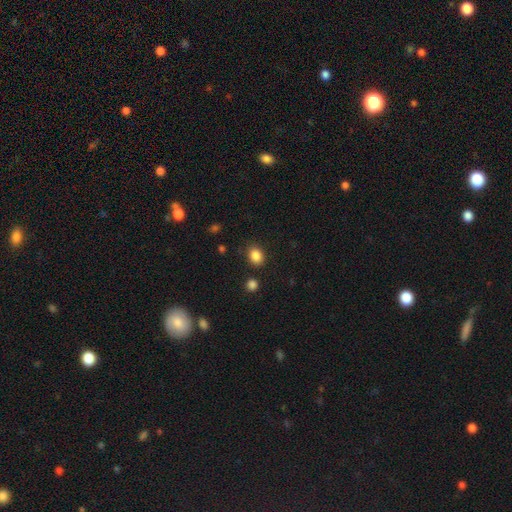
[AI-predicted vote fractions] This appears to be a smooth galaxy with no disk features (86%) that is in between round and cigar-shaped (56%). Merging: none (83%).